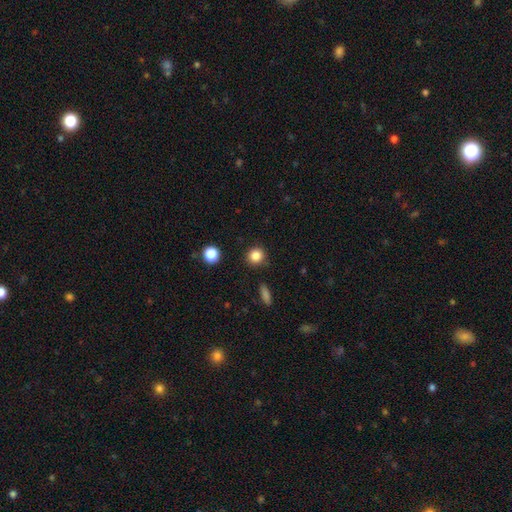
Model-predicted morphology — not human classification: This is clearly a smooth galaxy (85%). How rounded: clearly round (91%). Merging: clearly none (89%).